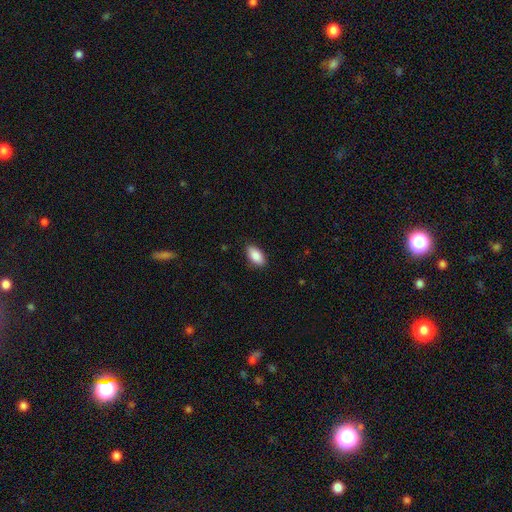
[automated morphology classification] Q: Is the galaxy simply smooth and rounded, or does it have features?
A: smooth — 89%.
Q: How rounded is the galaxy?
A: in between — 94%.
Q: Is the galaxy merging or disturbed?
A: none — 86%.